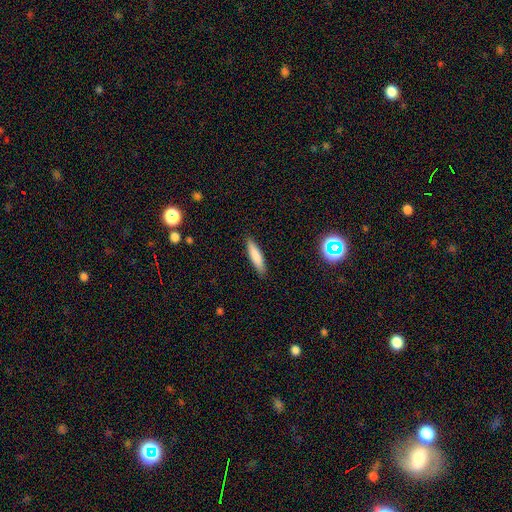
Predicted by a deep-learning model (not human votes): A smooth galaxy with no disk features (81%) that is cigar-shaped (79%). Merging: none (89%).